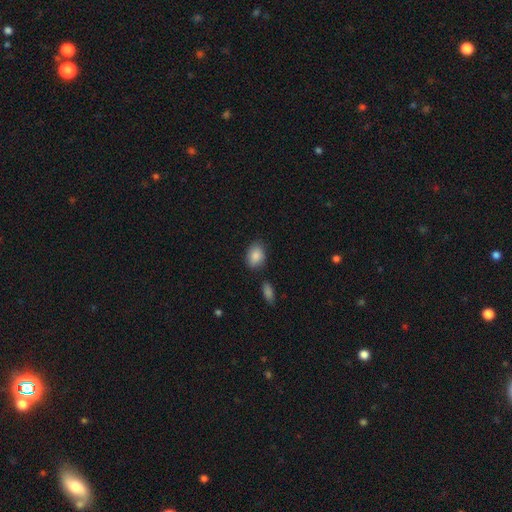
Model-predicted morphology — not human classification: smooth_or_featured: smooth (p=0.88) [alt: star or artifact p=0.07]
how_rounded: in between (p=0.77) [alt: round p=0.22]
merging: none (p=0.76) [alt: minor disturbance p=0.16]